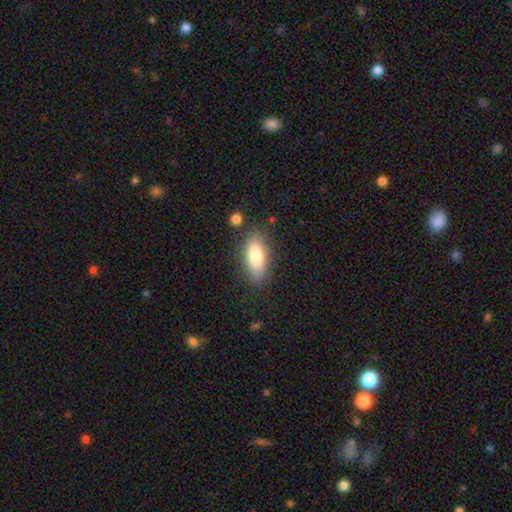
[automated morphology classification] Overall: smooth (80%). How rounded: in between (79%). Merging: none (81%).